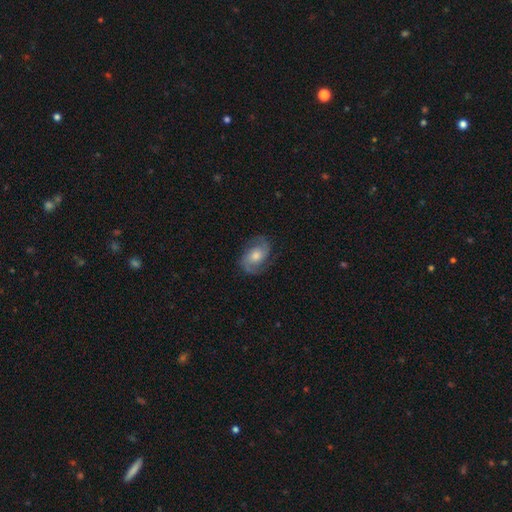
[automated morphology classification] Overall: featured or disk (77%). Edge-on disk: no (97%). Bar: no (64%; weak 30%). Spiral arms: yes (94%). Spiral arm count: 2 (87%). Spiral winding: medium (49%; tight 29%). Bulge size: moderate (60%; small 22%). Merging: none (77%).